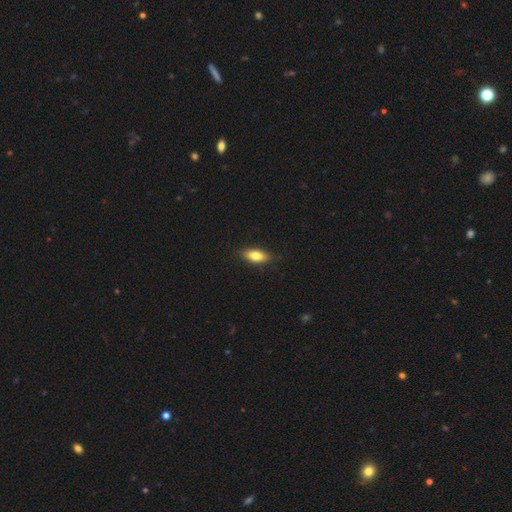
This is likely a smooth galaxy (74%). How rounded: likely in between (79%). Merging: clearly none (94%).